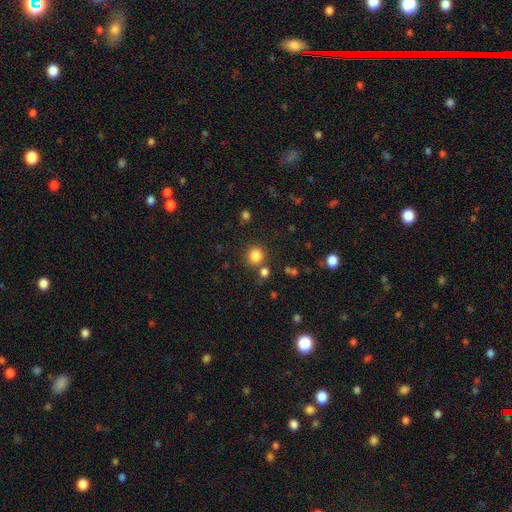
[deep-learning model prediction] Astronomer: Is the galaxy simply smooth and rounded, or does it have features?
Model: smooth — 83%.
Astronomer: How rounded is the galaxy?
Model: round — 90%.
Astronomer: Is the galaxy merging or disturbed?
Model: none — 79%.